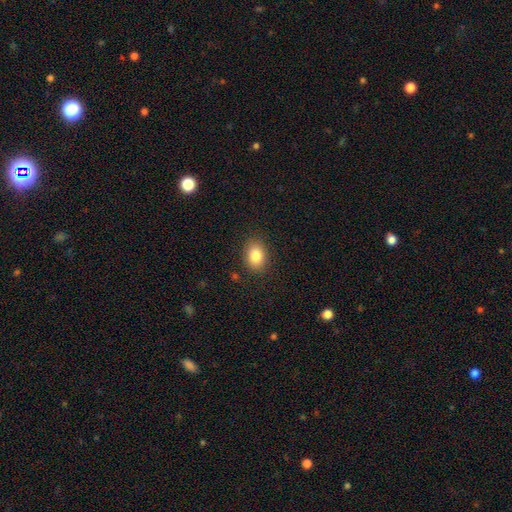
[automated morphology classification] Smooth or featured? smooth (84%)
How rounded? in between (75%)
Merging? none (86%)